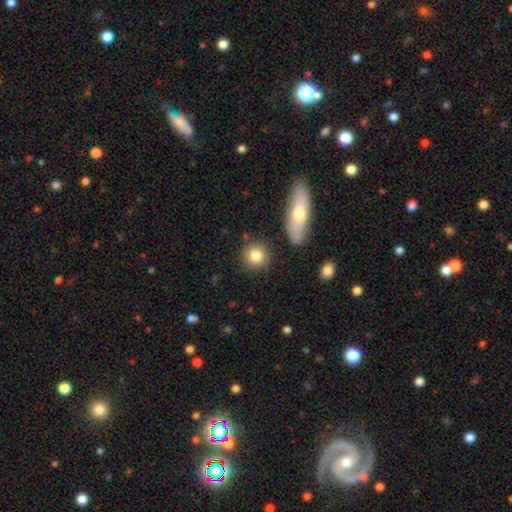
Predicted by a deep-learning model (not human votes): Smooth or featured? Predicted: smooth (p=0.82). How rounded? Predicted: round (p=0.88). Merging? Predicted: none (p=0.85).